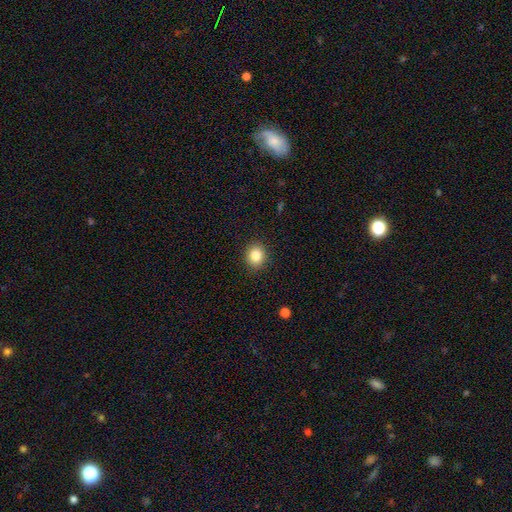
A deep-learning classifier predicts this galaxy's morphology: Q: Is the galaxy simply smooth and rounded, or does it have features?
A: smooth — 84%.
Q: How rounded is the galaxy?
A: round — 77%.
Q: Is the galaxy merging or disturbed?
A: none — 91%.